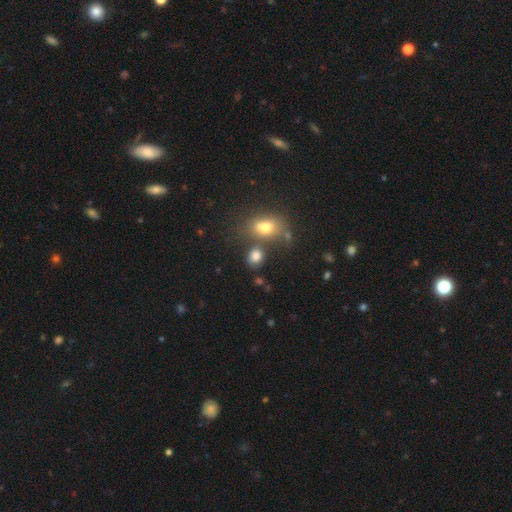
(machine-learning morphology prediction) A smooth galaxy with no disk features (80%) that is in between round and cigar-shaped (49%, tied with round).

Vote fractions:
- Smooth or featured? smooth: 80% / star or artifact: 12% / featured or disk: 8%
- How rounded? in between: 49% (tied) / round: 49% (tied) / cigar-shaped: 2%
- Merging? none: 61% / merger: 20% / minor disturbance: 13% / major disturbance: 6%